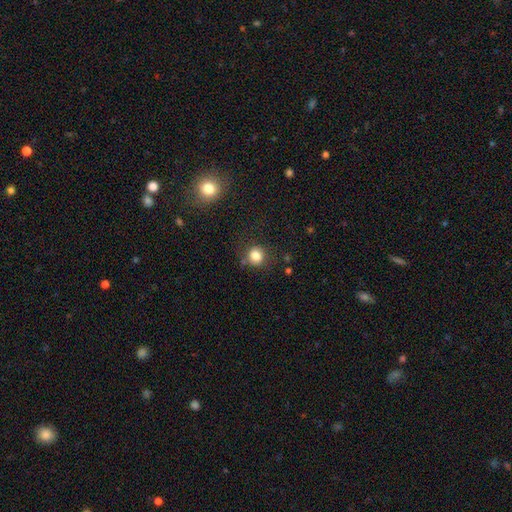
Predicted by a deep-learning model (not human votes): The model was most divided on "merging": none: 78%, minor disturbance: 13%, major disturbance: 5%, merger: 4%. More confident: how rounded — round (87%); smooth or featured — smooth (82%).